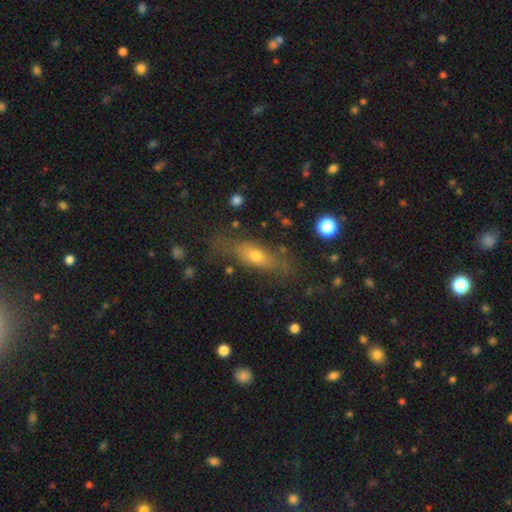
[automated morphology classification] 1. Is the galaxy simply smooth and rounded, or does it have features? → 60% smooth, 29% featured or disk, 11% star or artifact.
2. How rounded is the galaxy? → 54% in between, 40% cigar-shaped, 6% round.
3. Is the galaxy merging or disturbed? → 70% none, 19% minor disturbance, 8% major disturbance, 3% merger.